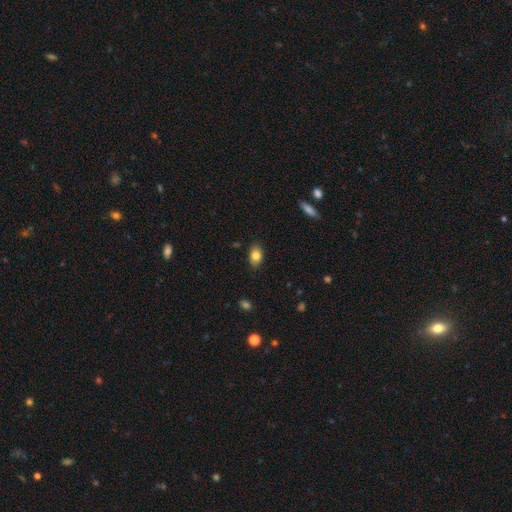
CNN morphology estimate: smooth 82%, featured or disk 10%, star or artifact 8%. Down the decision tree: how rounded — in between (87%); merging — none (85%).